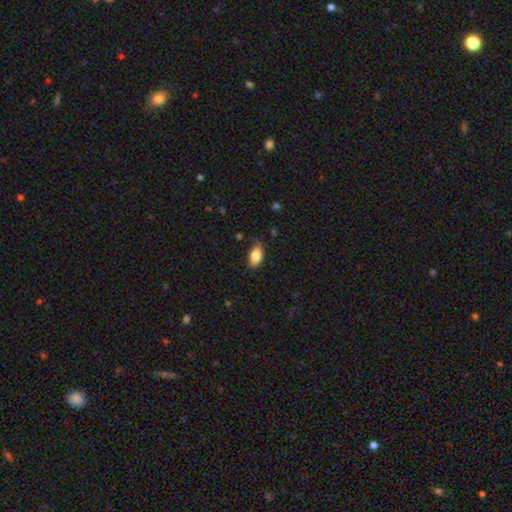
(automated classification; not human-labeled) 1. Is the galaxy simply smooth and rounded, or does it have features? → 83% smooth, 10% featured or disk, 7% star or artifact.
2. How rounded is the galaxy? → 90% in between, 6% cigar-shaped, 4% round.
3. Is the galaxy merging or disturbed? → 76% none, 20% minor disturbance, 3% major disturbance, 1% merger.